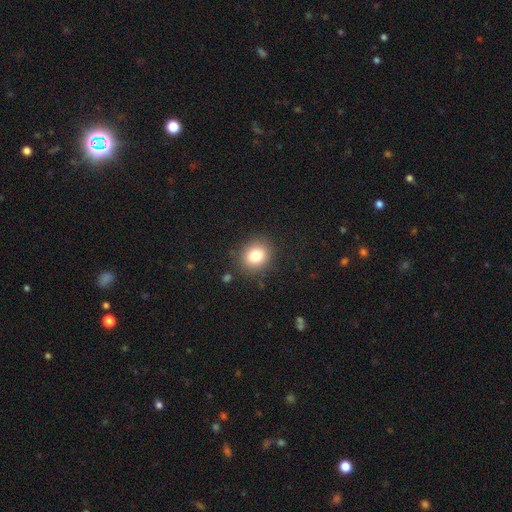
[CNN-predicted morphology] smooth_or_featured: smooth (p=0.80) [alt: star or artifact p=0.11]
how_rounded: round (p=0.72) [alt: in between p=0.28]
merging: none (p=0.87) [alt: minor disturbance p=0.08]